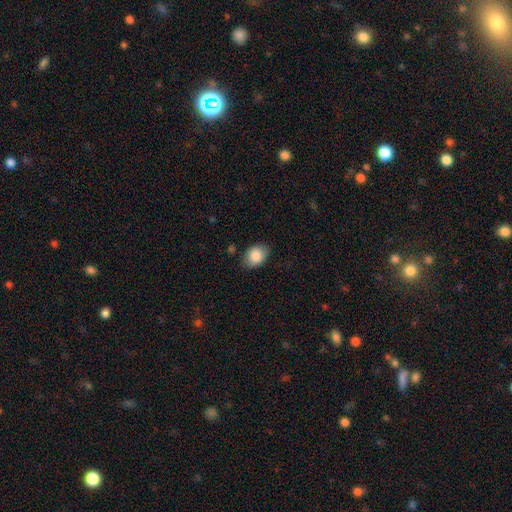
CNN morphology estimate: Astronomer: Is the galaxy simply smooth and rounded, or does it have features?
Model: smooth — 87%.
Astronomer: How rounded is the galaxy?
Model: in between — 77%.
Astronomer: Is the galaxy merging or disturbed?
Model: none — 79%.